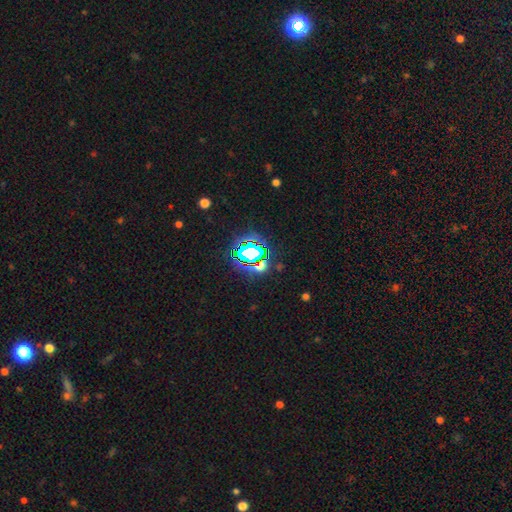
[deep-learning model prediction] Smooth or featured: star or artifact — 65% (smooth — 22%)